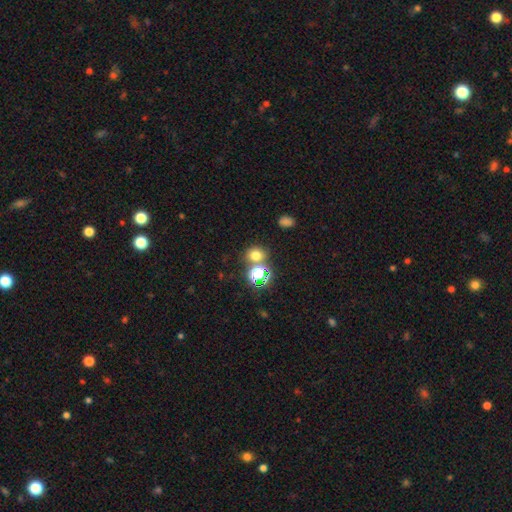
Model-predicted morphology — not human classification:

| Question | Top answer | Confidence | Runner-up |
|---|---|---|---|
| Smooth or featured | smooth | 68% | star or artifact (25%) |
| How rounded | round | 74% | in between (25%) |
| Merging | none | 70% | merger (19%) |